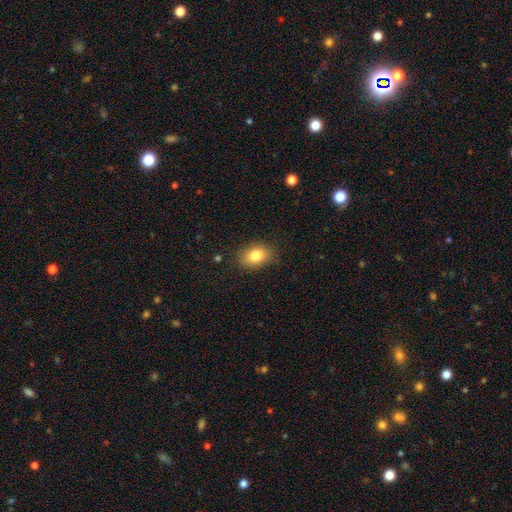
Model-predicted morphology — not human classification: smooth-or-featured: smooth: 82% | star or artifact: 9% | featured or disk: 9%
  how-rounded: in between: 76% | round: 23% | cigar-shaped: 1%
  merging: none: 83% | minor disturbance: 13% | major disturbance: 3% | merger: 1%